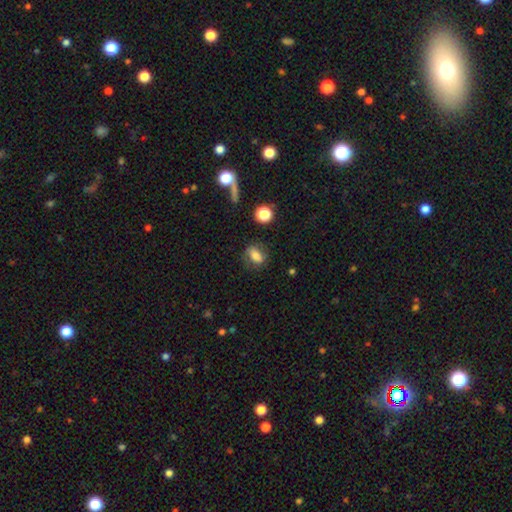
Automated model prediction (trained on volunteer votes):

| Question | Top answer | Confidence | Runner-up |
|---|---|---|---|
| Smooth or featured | smooth | 70% | featured or disk (19%) |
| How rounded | in between | 72% | round (23%) |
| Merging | none | 73% | minor disturbance (17%) |